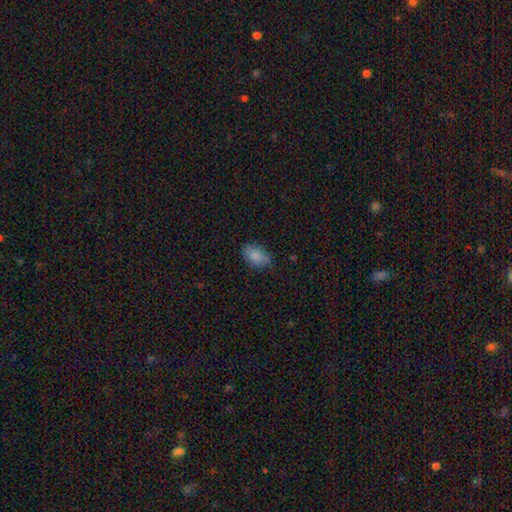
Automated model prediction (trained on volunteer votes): The model was most divided on "merging": none: 77%, minor disturbance: 18%, major disturbance: 4%, merger: 1%. More confident: how rounded — in between (88%); smooth or featured — smooth (86%).